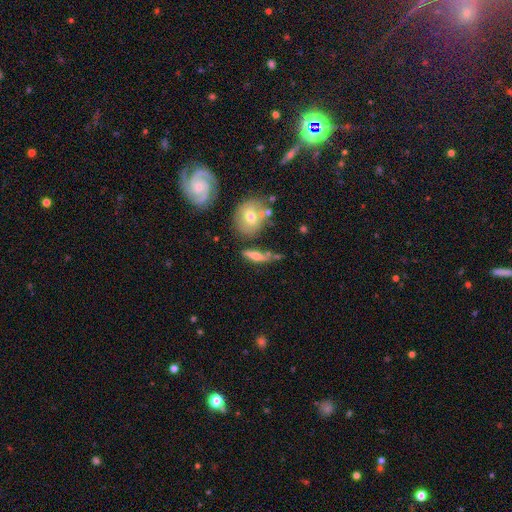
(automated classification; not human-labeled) Smooth or featured? smooth (51%)
How rounded? cigar-shaped (53%)
Merging? none (57%)